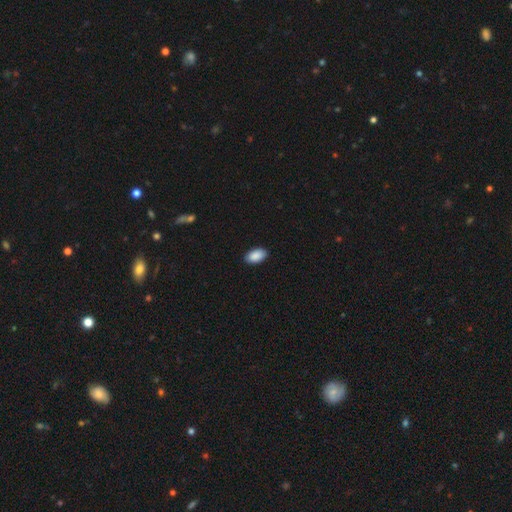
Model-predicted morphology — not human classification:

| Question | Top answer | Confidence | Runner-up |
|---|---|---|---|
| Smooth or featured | smooth | 91% | star or artifact (6%) |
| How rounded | in between | 95% | round (4%) |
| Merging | none | 90% | minor disturbance (8%) |